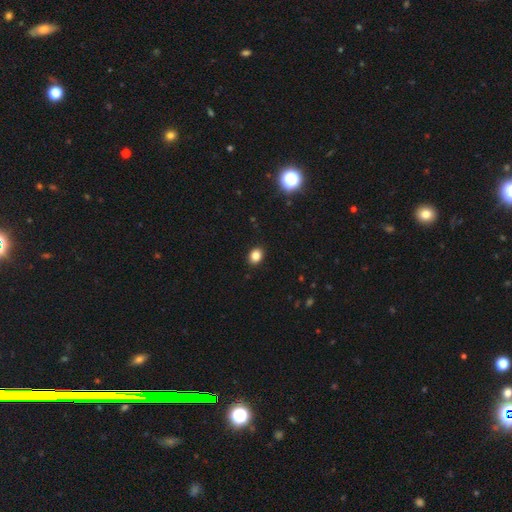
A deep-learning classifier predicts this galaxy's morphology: Overall: smooth (85%). How rounded: in between (51%; round 48%). Merging: none (91%).